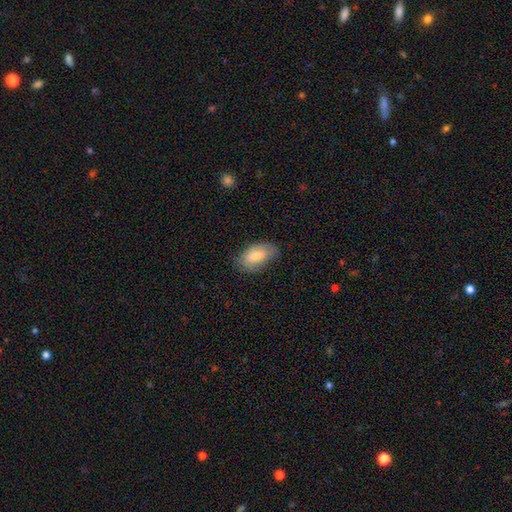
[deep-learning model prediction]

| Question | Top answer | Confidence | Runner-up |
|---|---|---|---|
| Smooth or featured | smooth | 76% | featured or disk (17%) |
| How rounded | in between | 93% | round (4%) |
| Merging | none | 70% | minor disturbance (23%) |